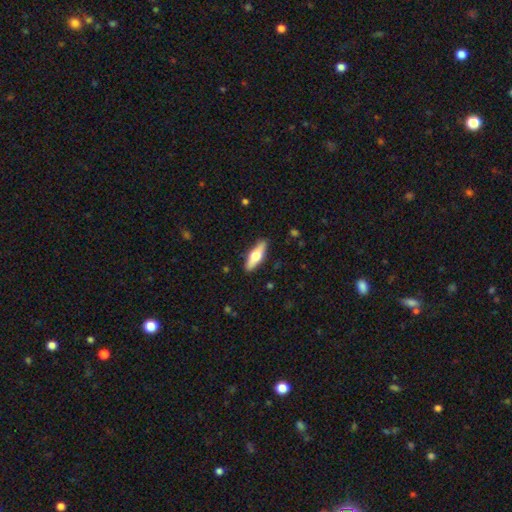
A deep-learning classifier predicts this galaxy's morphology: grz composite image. It shows a smooth galaxy with no disk features (50%) that is in between round and cigar-shaped (49%). Merging: none (89%).